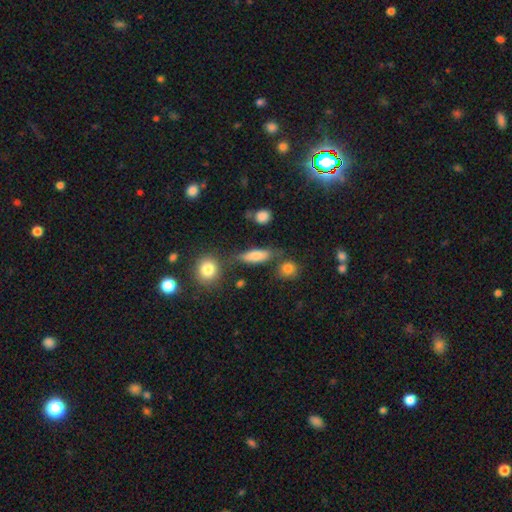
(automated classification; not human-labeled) This appears to be a smooth galaxy with no disk features (69%) that is in between round and cigar-shaped (49%). Merging: none (71%).